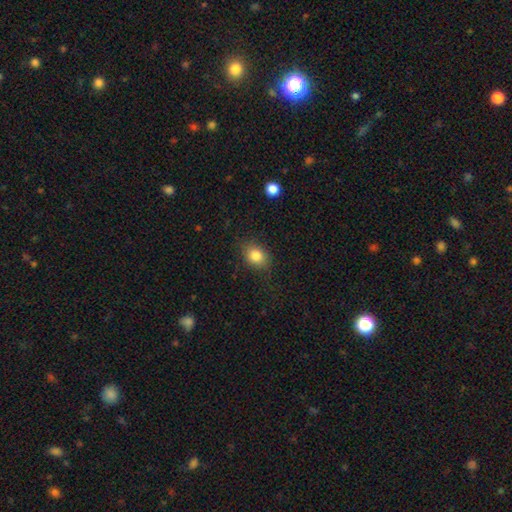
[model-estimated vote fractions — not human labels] A smooth galaxy with no disk features (83%) that is in between round and cigar-shaped (61%). Merging: none (81%).